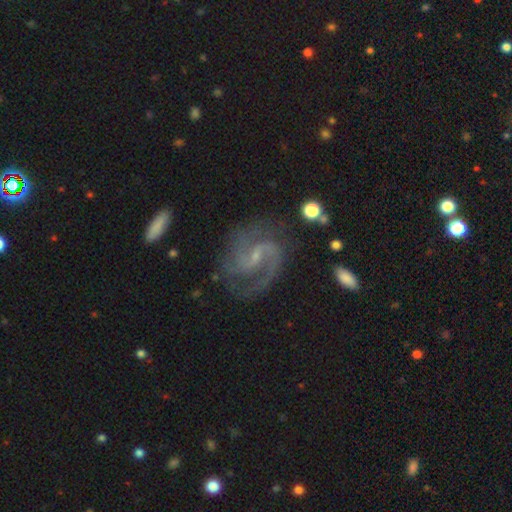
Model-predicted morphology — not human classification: Smooth or featured: featured or disk — 91% (star or artifact — 5%)
Edge-on disk: no — 98% (yes — 2%)
Bar: weak — 53% (no — 28%)
Spiral arms: yes — 98% (no — 2%)
Spiral winding: medium — 61% (tight — 20%)
Spiral arm count: 2 — 86% (3 — 5%)
Bulge size: small — 74% (moderate — 14%)
Merging: none — 74% (minor disturbance — 16%)